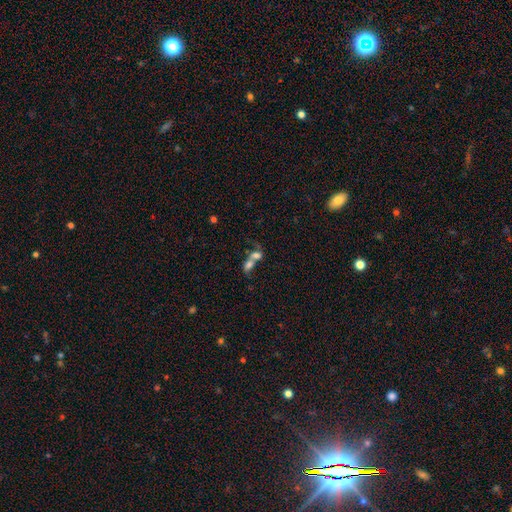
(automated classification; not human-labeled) Morphology: type=smooth (63%); roundness=in between (63%); merging=merger (77%).